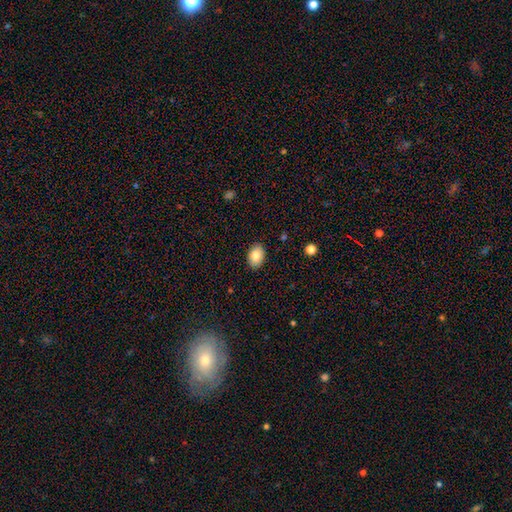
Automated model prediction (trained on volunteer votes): This appears to be a smooth galaxy with no disk features (83%) that is in between round and cigar-shaped (84%). Merging: none (89%).